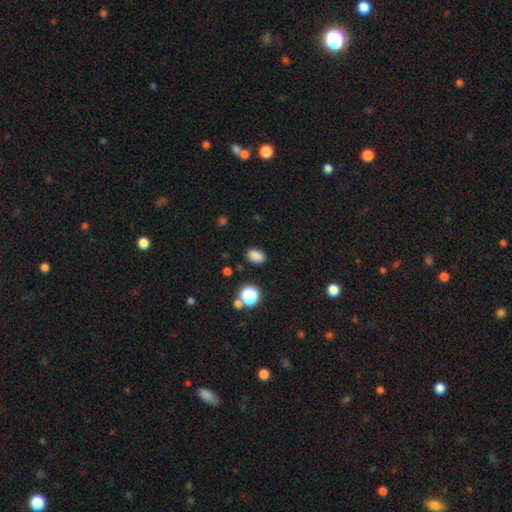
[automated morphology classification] smooth-or-featured: smooth: 83% | star or artifact: 13% | featured or disk: 4%
  how-rounded: in between: 78% | round: 21% | cigar-shaped: 1%
  merging: none: 85% | minor disturbance: 10% | major disturbance: 3% | merger: 2%